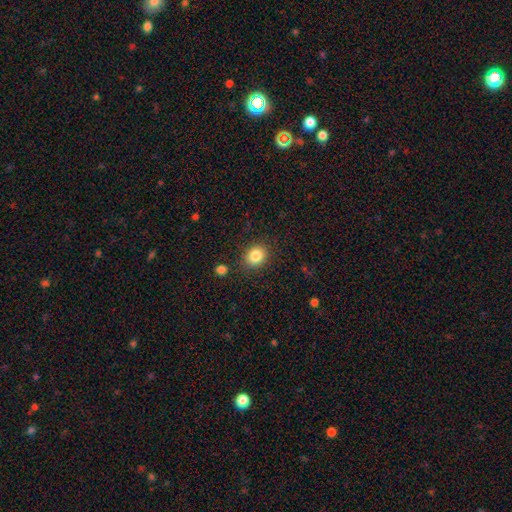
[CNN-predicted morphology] Smooth or featured?
  - smooth: 84% *
  - star or artifact: 10%
  - featured or disk: 6%
How rounded?
  - round: 65% *
  - in between: 34%
  - cigar-shaped: 1%
Merging?
  - none: 86% *
  - minor disturbance: 9%
  - major disturbance: 3%
  - merger: 2%